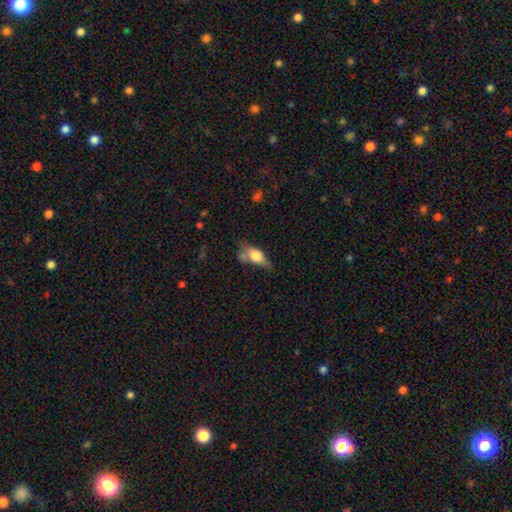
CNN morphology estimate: A smooth galaxy with no disk features (65%) that is in between round and cigar-shaped (78%).

Vote fractions:
- Smooth or featured? smooth: 65% / featured or disk: 26% / star or artifact: 9%
- How rounded? in between: 78% / cigar-shaped: 14% / round: 8%
- Merging? none: 35% / minor disturbance: 30% / major disturbance: 18% / merger: 16%